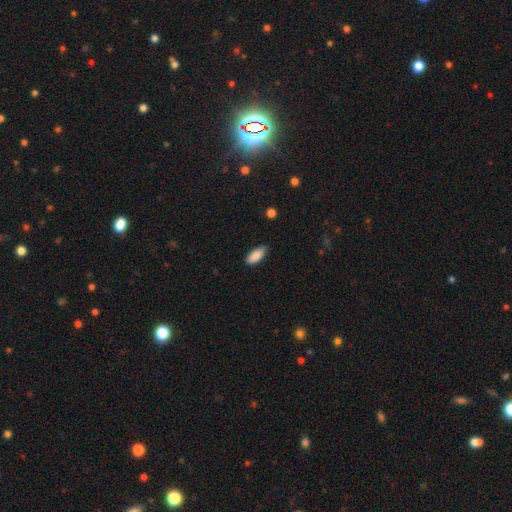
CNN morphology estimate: smooth 89%, star or artifact 6%, featured or disk 5%. Down the decision tree: how rounded — in between (86%); merging — none (81%).